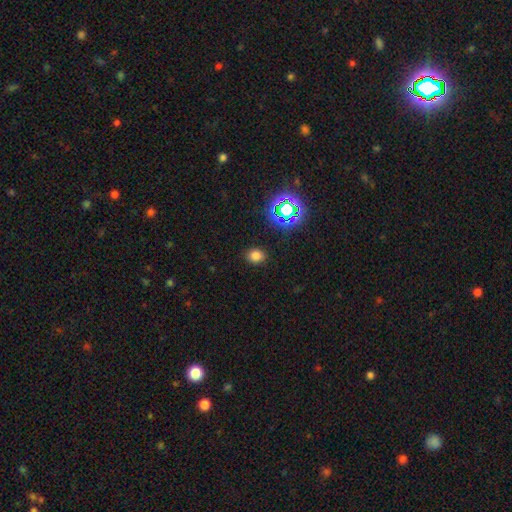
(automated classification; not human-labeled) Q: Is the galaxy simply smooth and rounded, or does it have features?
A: smooth — 74%.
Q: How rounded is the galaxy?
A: round — 54%.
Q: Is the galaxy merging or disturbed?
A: none — 88%.